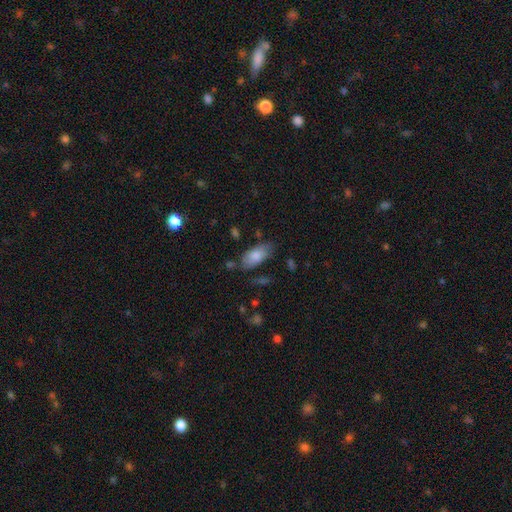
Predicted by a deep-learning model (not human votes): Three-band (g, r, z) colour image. It shows a smooth galaxy with no disk features (80%) that is in between round and cigar-shaped (90%). Merging: none (69%).